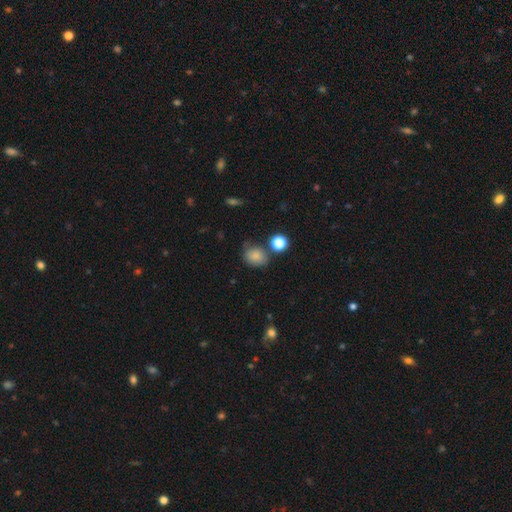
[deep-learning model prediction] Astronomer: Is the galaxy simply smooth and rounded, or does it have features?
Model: smooth — 83%.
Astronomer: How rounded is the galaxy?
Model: round — 58% (runner-up: in between, 41%).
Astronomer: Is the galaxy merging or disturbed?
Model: none — 68%.